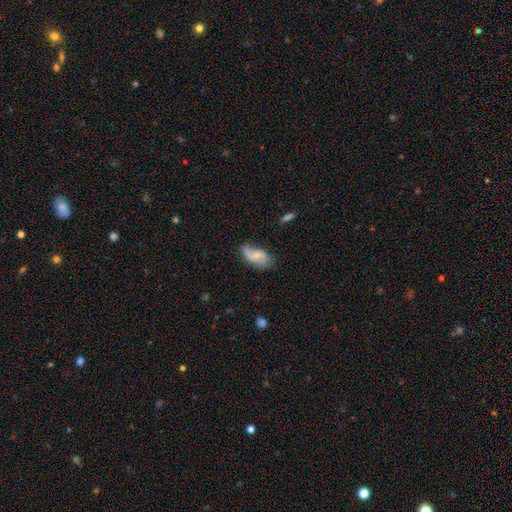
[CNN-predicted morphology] Smooth or featured? smooth (48%)
Merging? none (50%)